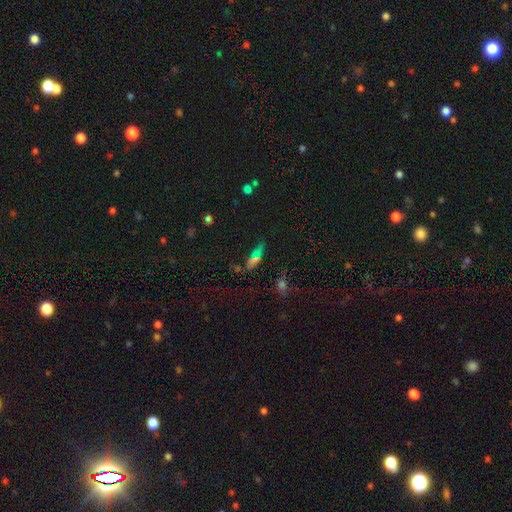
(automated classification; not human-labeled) Overall: smooth (54%; star or artifact 27%). How rounded: cigar-shaped (48%; in between 46%). Merging: none (70%).